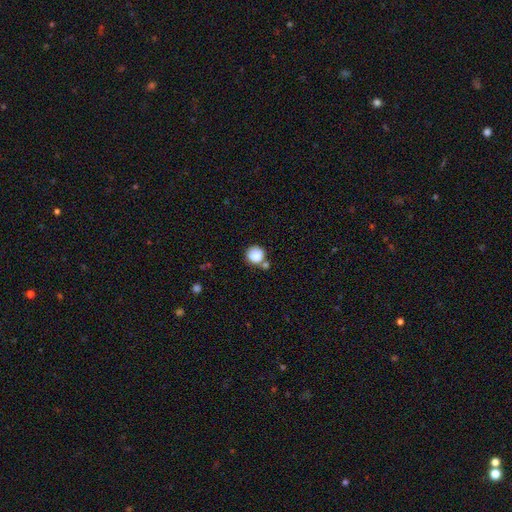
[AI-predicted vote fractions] Smooth or featured?
  - smooth: 86% *
  - star or artifact: 9%
  - featured or disk: 5%
How rounded?
  - round: 92% *
  - in between: 7%
  - cigar-shaped: 1%
Merging?
  - none: 60% *
  - merger: 23%
  - minor disturbance: 13%
  - major disturbance: 5%